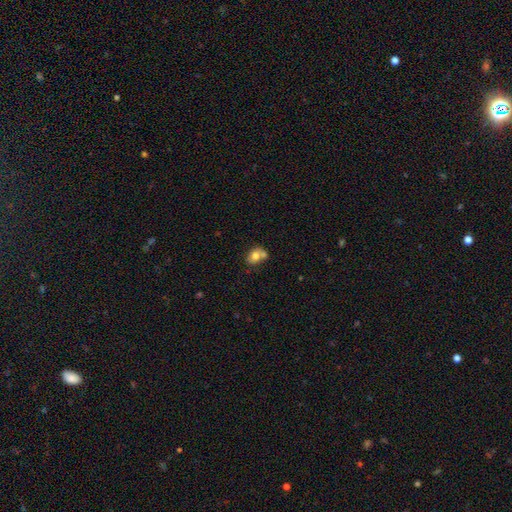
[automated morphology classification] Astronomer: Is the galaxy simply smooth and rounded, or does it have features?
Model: smooth — 72%.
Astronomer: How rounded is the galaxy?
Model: in between — 58% (runner-up: round, 41%).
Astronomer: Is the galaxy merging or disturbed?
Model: merger — 43% (runner-up: none, 37%).